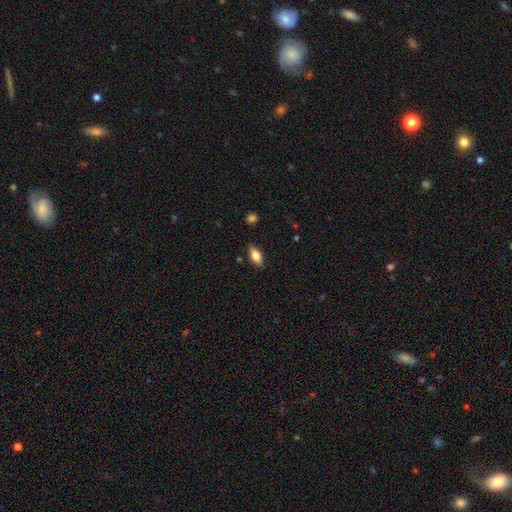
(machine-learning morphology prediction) The model was most divided on "smooth or featured": smooth: 74%, featured or disk: 18%, star or artifact: 7%. More confident: how rounded — in between (86%); merging — none (86%).